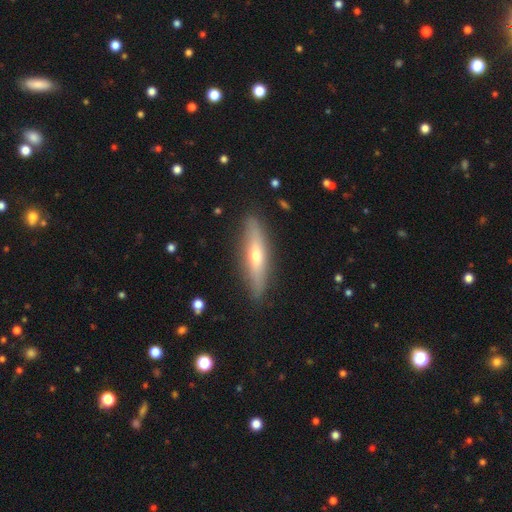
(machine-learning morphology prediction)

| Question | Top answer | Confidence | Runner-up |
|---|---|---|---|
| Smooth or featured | featured or disk | 54% | smooth (39%) |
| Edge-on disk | yes | 86% | no (14%) |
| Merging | none | 87% | minor disturbance (10%) |